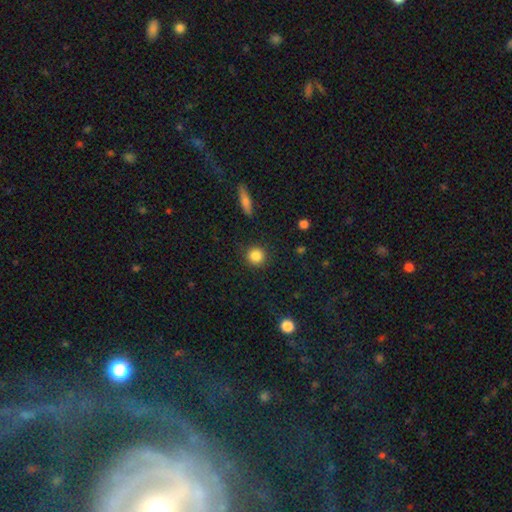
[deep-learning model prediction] Smooth or featured? smooth (85%)
How rounded? round (92%)
Merging? none (90%)